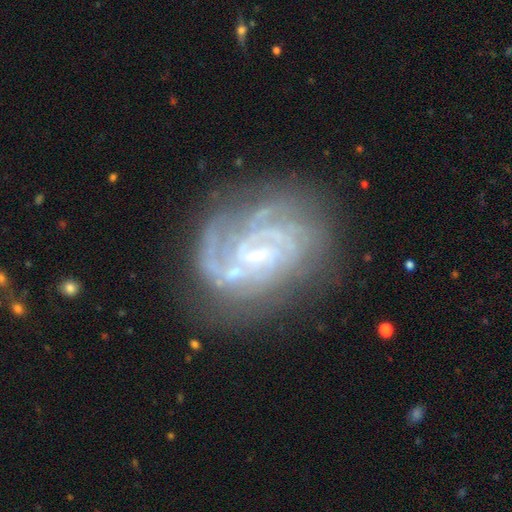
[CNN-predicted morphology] A featured or disk galaxy (88%) with a weak bar (47%), tight (65%) spiral arms (96%) and a small central bulge (76%). Merging: none (65%).